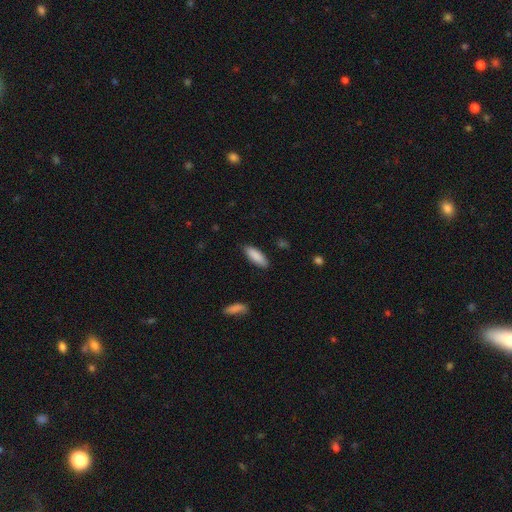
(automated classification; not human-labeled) This appears to be a smooth galaxy with no disk features (88%) that is in between round and cigar-shaped (62%). Merging: none (86%).